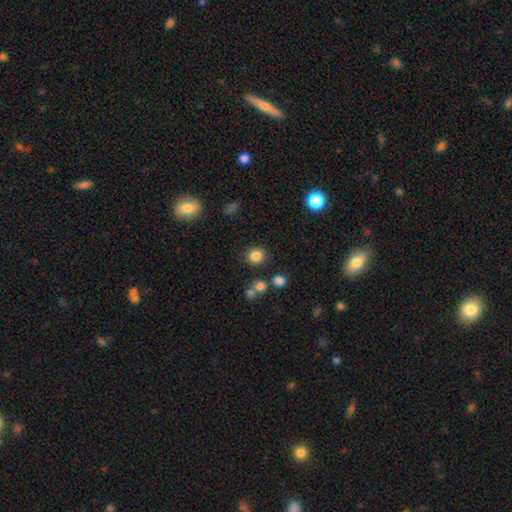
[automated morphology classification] This appears to be a smooth galaxy with no disk features (83%) that is round (89%). Merging: none (85%).